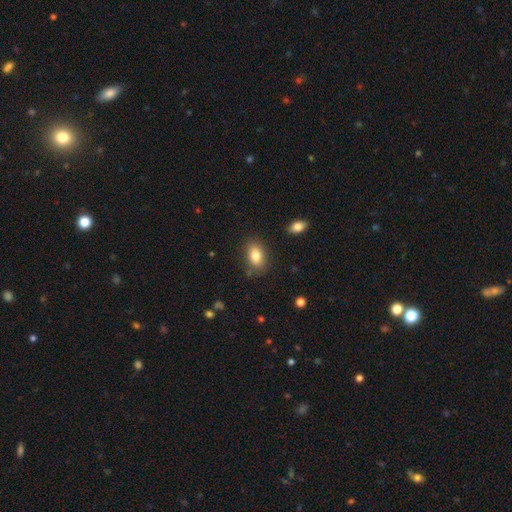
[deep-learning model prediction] Smooth or featured?
  - smooth: 82% *
  - featured or disk: 9%
  - star or artifact: 9%
How rounded?
  - in between: 85% *
  - round: 13%
  - cigar-shaped: 2%
Merging?
  - none: 82% *
  - minor disturbance: 13%
  - major disturbance: 3%
  - merger: 2%